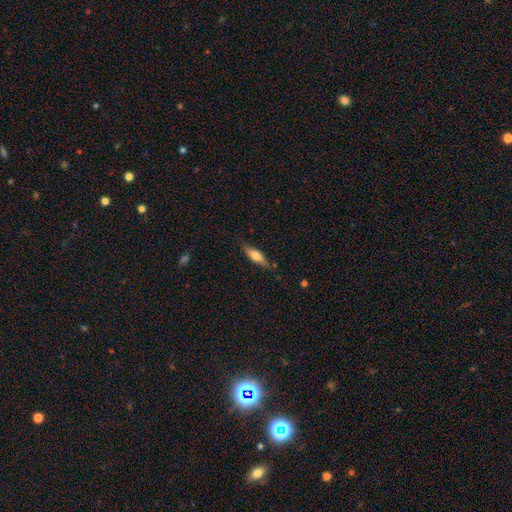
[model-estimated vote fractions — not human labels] Overall: smooth (59%; featured or disk 35%). How rounded: cigar-shaped (58%; in between 40%). Merging: none (79%).